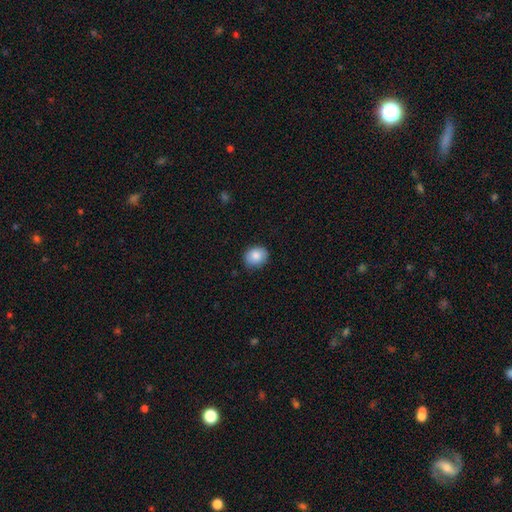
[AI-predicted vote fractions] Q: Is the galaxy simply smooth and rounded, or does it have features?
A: smooth — 86%.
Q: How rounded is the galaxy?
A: round — 65%.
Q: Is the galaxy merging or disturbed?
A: none — 85%.